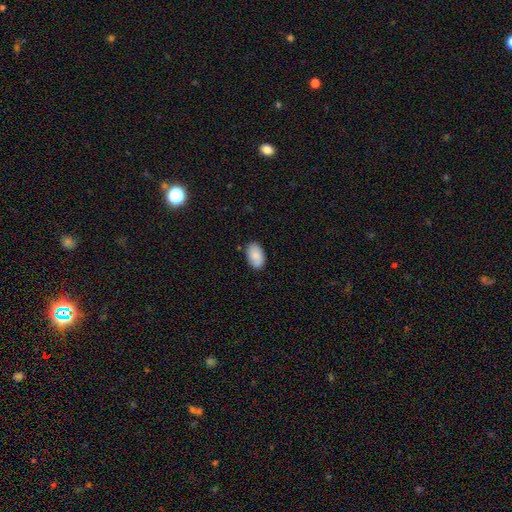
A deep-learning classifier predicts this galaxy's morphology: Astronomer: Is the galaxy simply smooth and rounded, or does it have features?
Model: smooth — 84%.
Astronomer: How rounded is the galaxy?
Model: in between — 93%.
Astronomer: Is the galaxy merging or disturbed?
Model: none — 83%.